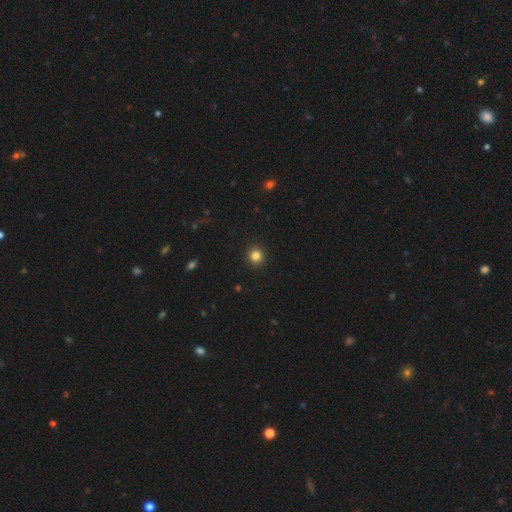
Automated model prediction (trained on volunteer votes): smooth_or_featured: smooth (p=0.84) [alt: star or artifact p=0.12]
how_rounded: round (p=0.95) [alt: in between p=0.04]
merging: none (p=0.93) [alt: minor disturbance p=0.04]